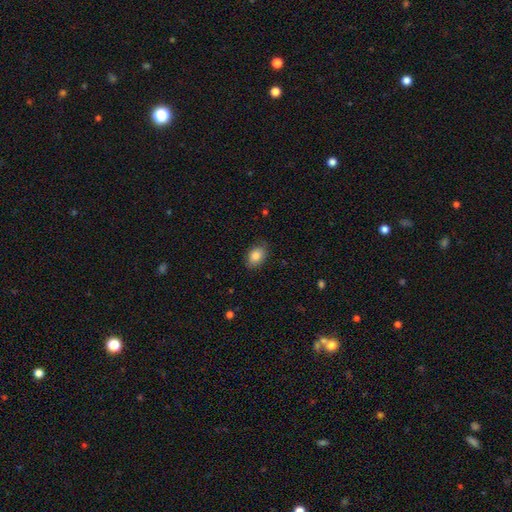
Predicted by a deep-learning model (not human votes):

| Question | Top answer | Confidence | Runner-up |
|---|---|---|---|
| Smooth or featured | smooth | 85% | featured or disk (8%) |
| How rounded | in between | 78% | round (21%) |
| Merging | none | 81% | minor disturbance (15%) |